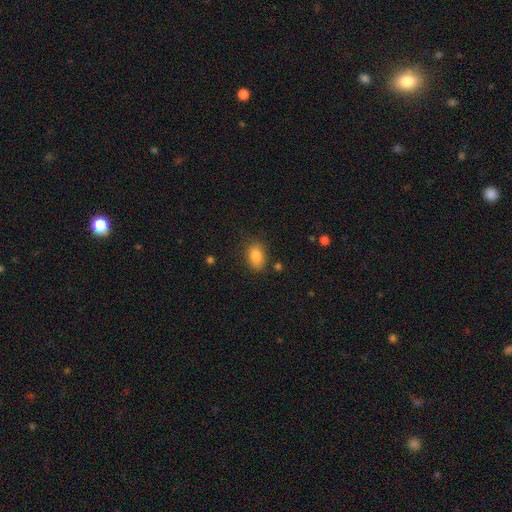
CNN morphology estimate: Overall: smooth (86%). How rounded: in between (85%). Merging: none (78%).